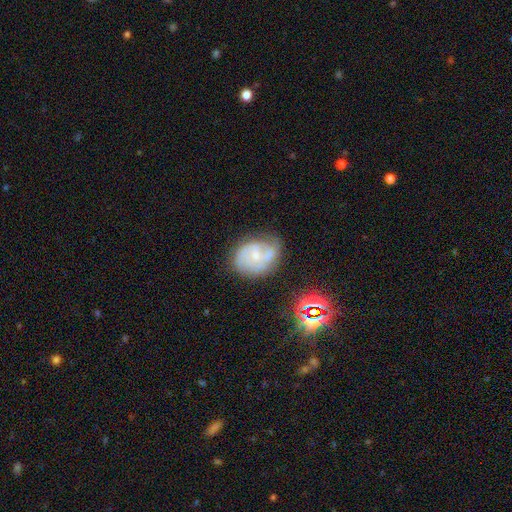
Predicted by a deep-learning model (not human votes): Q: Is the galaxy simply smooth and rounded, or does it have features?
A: featured or disk — 72%.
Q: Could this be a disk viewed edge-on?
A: no — 98%.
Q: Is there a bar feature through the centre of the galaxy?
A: no — 64%.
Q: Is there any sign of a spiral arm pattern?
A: yes — 89%.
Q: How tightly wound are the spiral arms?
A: tight — 46%.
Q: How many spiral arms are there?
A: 2 — 43%.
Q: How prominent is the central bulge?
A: small — 69%.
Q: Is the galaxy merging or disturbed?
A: none — 56%.